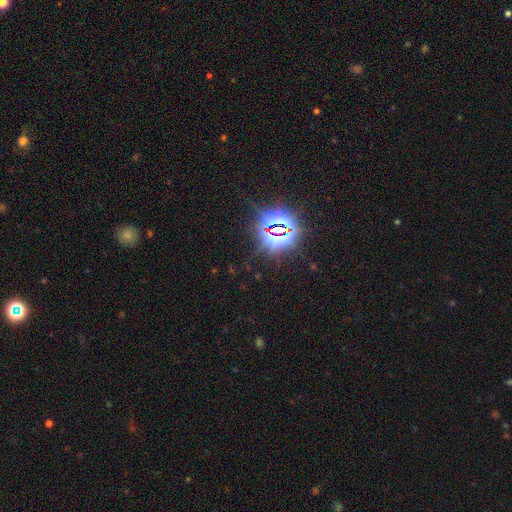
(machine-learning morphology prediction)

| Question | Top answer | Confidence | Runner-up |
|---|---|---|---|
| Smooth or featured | star or artifact | 83% | smooth (10%) |